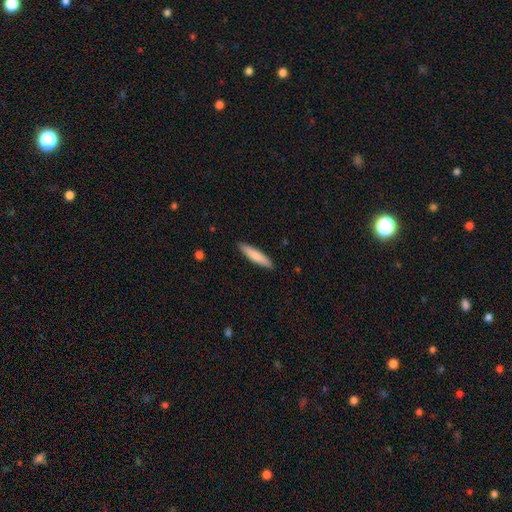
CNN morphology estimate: A smooth galaxy with no disk features (80%) that is cigar-shaped (84%). Merging: none (90%).